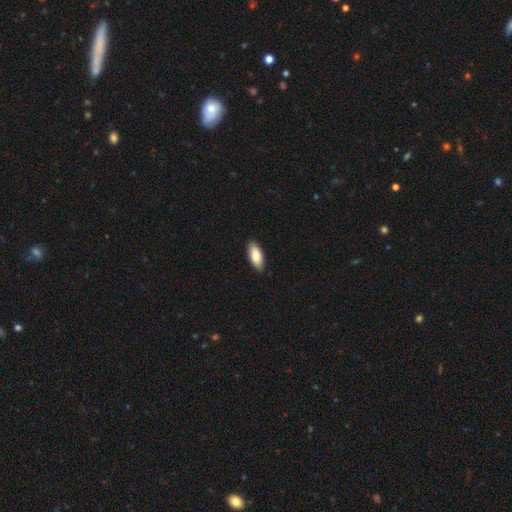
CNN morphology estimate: This appears to be a smooth galaxy with no disk features (82%) that is in between round and cigar-shaped (87%). Merging: none (89%).